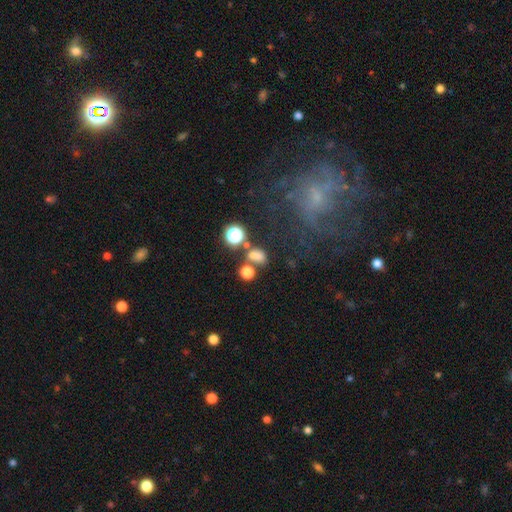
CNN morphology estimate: Smooth or featured?
  - smooth: 68% *
  - star or artifact: 23%
  - featured or disk: 10%
How rounded?
  - in between: 59% *
  - round: 39%
  - cigar-shaped: 2%
Merging?
  - none: 51% *
  - merger: 26%
  - minor disturbance: 14%
  - major disturbance: 9%